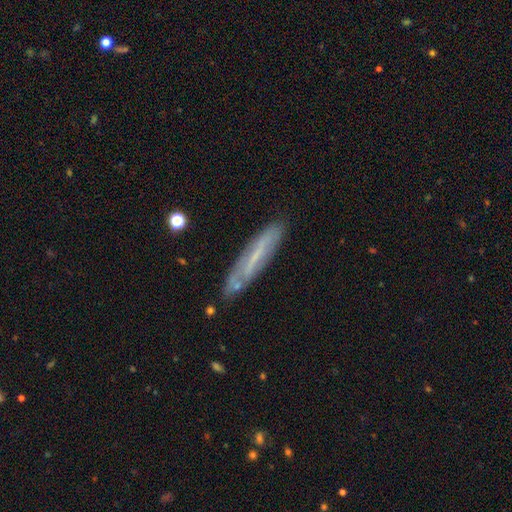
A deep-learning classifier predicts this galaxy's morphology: Smooth or featured?
  - featured or disk: 53% *
  - smooth: 39%
  - star or artifact: 8%
Edge-on disk?
  - yes: 60% *
  - no: 40%
Merging?
  - none: 75% *
  - minor disturbance: 17%
  - major disturbance: 4%
  - merger: 3%